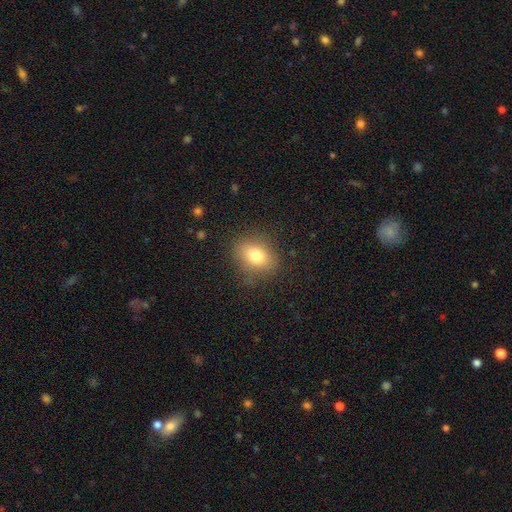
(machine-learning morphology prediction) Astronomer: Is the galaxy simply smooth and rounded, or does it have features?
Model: smooth — 77%.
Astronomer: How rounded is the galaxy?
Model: in between — 55% (runner-up: round, 43%).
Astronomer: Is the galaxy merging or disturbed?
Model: none — 83%.